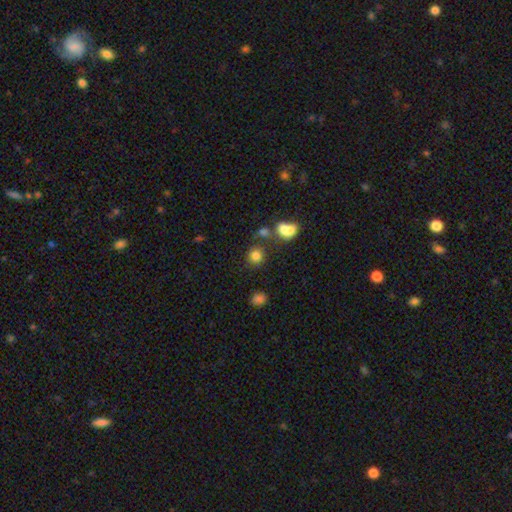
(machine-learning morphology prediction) Smooth or featured? Predicted: smooth (p=0.81). How rounded? Predicted: round (p=0.83). Merging? Predicted: none (p=0.72).